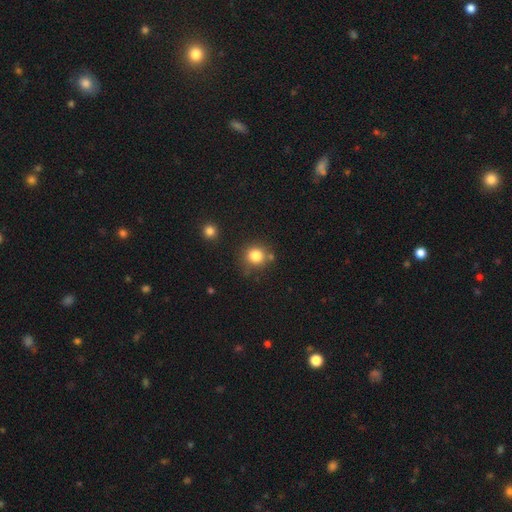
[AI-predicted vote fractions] This is clearly a smooth galaxy (82%). How rounded: clearly round (88%). Merging: likely none (74%).